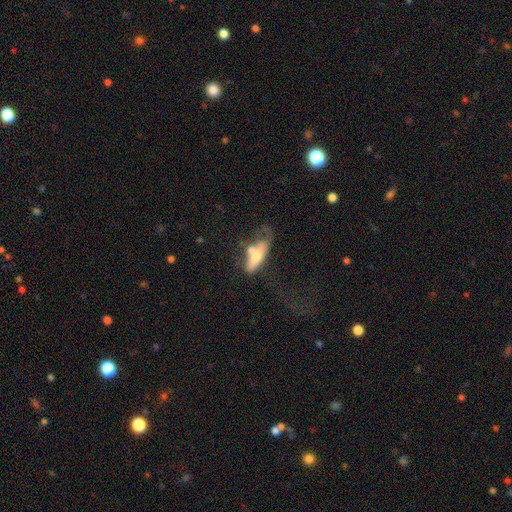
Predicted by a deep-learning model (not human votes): Overall: smooth (55%; featured or disk 38%). How rounded: in between (57%; cigar-shaped 40%). Merging: merger (33%; major disturbance 26%).